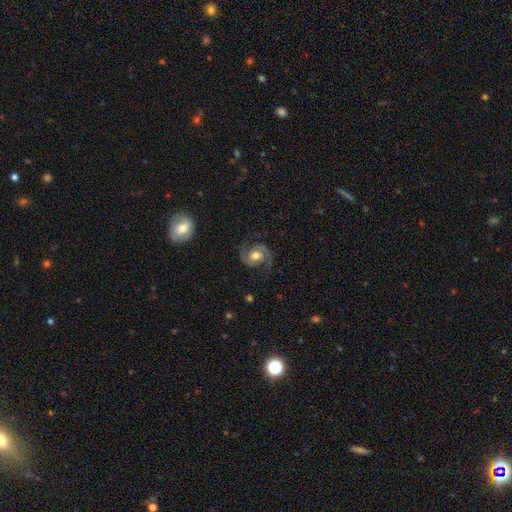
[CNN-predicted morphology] A featured or disk galaxy (89%) with no bar (63%), 2 (94%) medium (58%) spiral arms (98%) and a moderate central bulge (75%). Merging: none (81%).